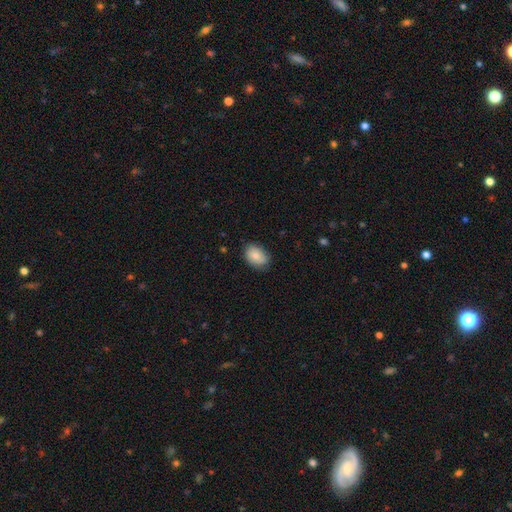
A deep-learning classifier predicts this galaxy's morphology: The model was most divided on "merging": none: 75%, minor disturbance: 20%, major disturbance: 3%, merger: 1%. More confident: smooth or featured — smooth (84%); how rounded — in between (82%).